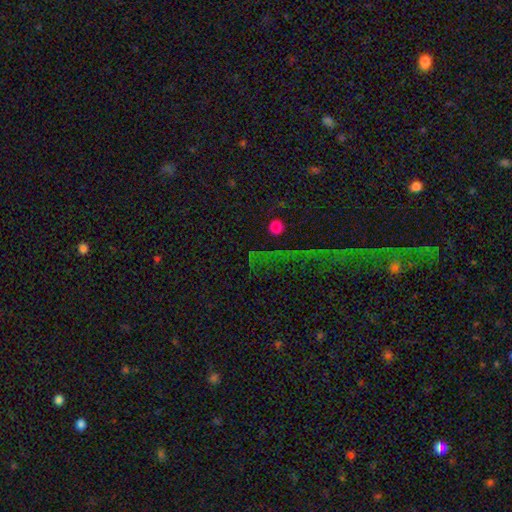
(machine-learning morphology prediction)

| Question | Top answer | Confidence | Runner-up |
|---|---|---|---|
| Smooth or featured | star or artifact | 61% | smooth (29%) |